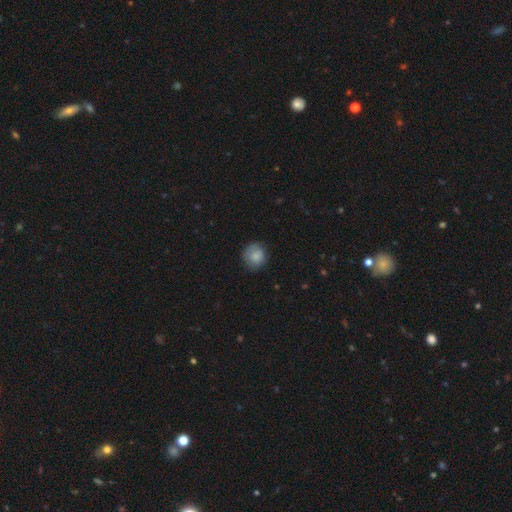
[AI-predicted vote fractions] Smooth or featured? smooth (81%)
How rounded? round (83%)
Merging? none (73%)